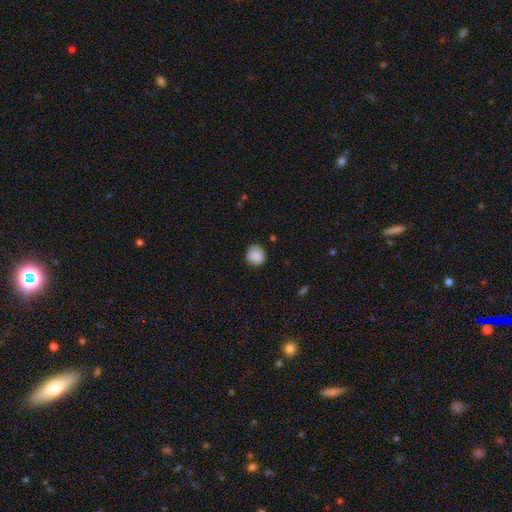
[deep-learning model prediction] This is clearly a smooth galaxy (86%). How rounded: clearly round (88%). Merging: clearly none (81%).